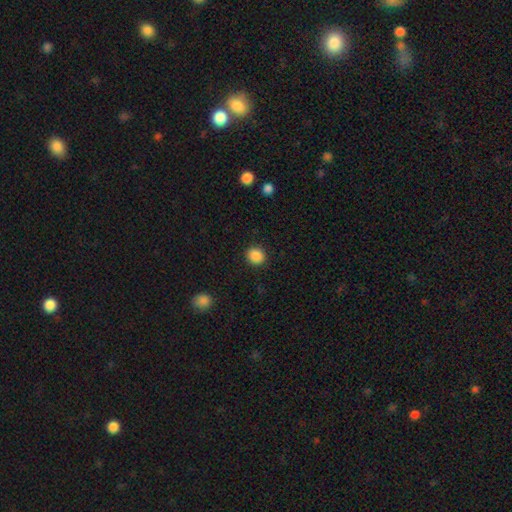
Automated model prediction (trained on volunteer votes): smooth_or_featured: smooth (p=0.88) [alt: star or artifact p=0.10]
how_rounded: round (p=0.80) [alt: in between p=0.19]
merging: none (p=0.90) [alt: minor disturbance p=0.07]